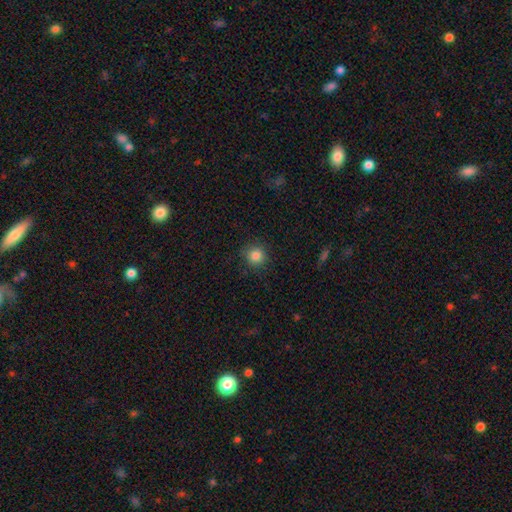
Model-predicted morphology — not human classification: Smooth or featured?
  - smooth: 84% *
  - star or artifact: 11%
  - featured or disk: 5%
How rounded?
  - round: 93% *
  - in between: 6%
  - cigar-shaped: 1%
Merging?
  - none: 87% *
  - minor disturbance: 9%
  - major disturbance: 3%
  - merger: 1%